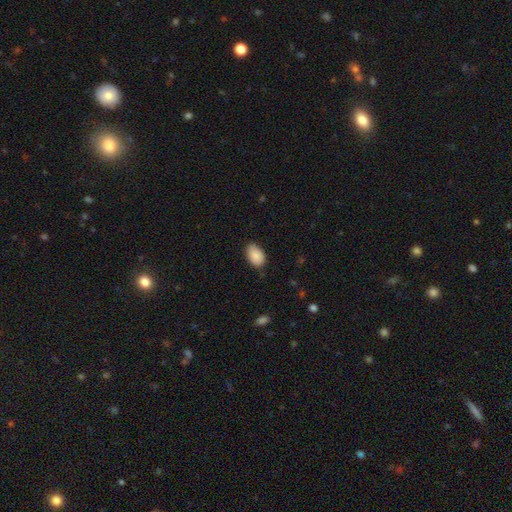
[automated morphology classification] Q: Smooth or featured?
A: smooth (88%); runner-up: star or artifact (7%)
Q: How rounded?
A: in between (91%); runner-up: round (8%)
Q: Merging?
A: none (77%); runner-up: minor disturbance (19%)